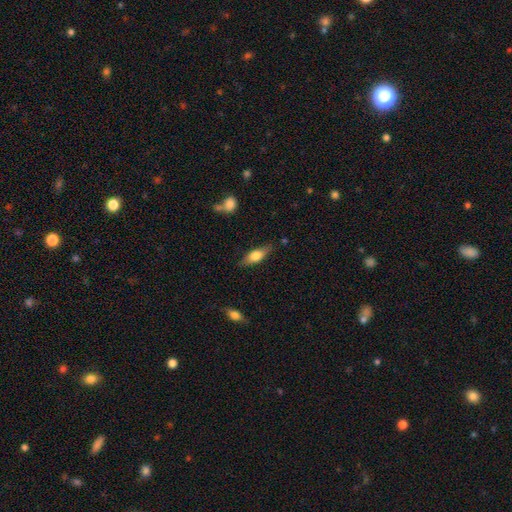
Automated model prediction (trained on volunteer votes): The model was most divided on "smooth or featured": smooth: 63%, featured or disk: 31%, star or artifact: 7%. More confident: merging — none (80%); how rounded — in between (65%).